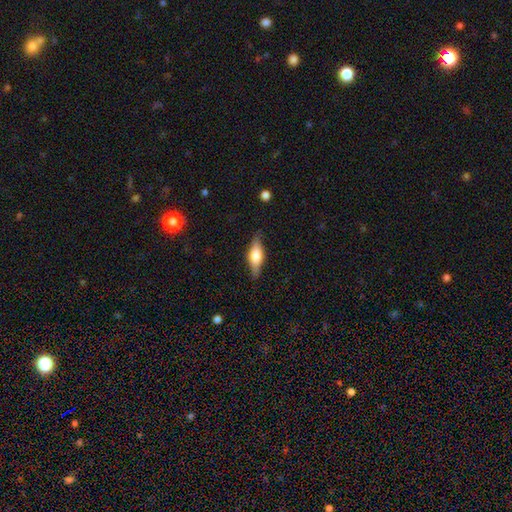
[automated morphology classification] This appears to be a smooth galaxy with no disk features (49%). Merging: none (83%).